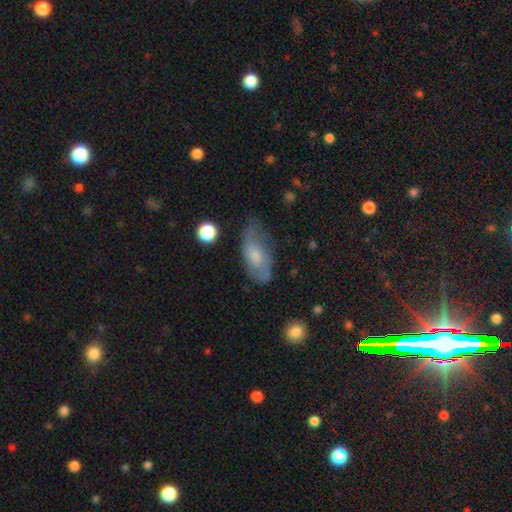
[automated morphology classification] smooth-or-featured: smooth: 53% | featured or disk: 39% | star or artifact: 8%
  how-rounded: in between: 86% | cigar-shaped: 10% | round: 4%
  merging: none: 56% | minor disturbance: 29% | major disturbance: 12% | merger: 2%